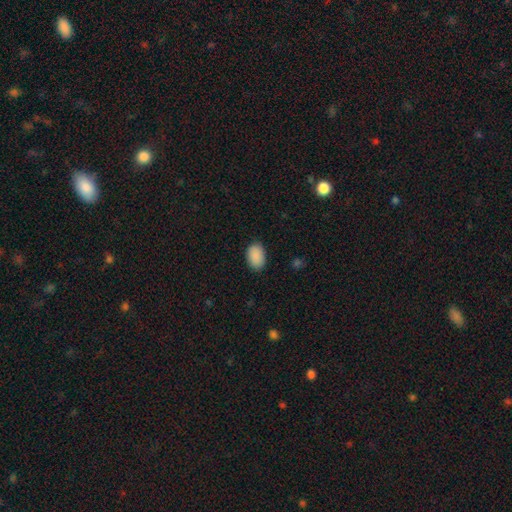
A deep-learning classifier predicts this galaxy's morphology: This is clearly a smooth galaxy (90%). How rounded: clearly in between (89%). Merging: clearly none (86%).